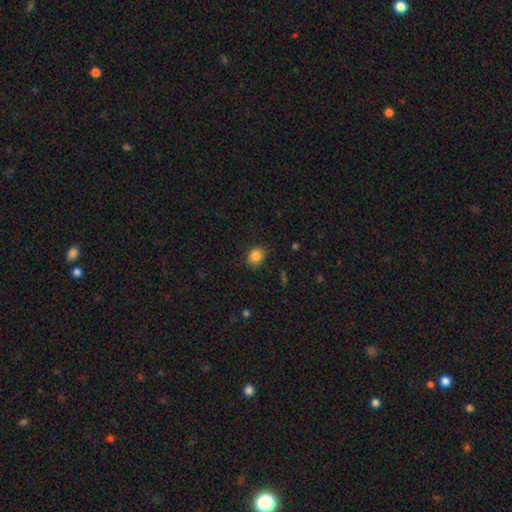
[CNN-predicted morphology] smooth 85%, star or artifact 11%, featured or disk 5%. Down the decision tree: how rounded — round (71%); merging — none (84%).